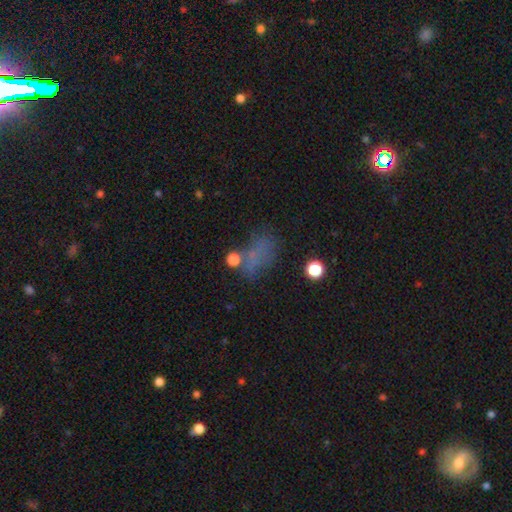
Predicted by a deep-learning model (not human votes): Smooth or featured: smooth — 51% (star or artifact — 31%)
How rounded: in between — 73% (round — 21%)
Merging: none — 48% (major disturbance — 21%)